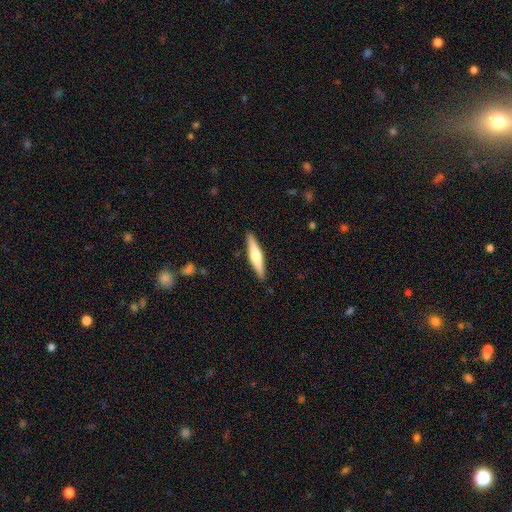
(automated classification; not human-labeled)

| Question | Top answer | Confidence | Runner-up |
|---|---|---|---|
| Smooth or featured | featured or disk | 53% | smooth (42%) |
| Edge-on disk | yes | 97% | no (3%) |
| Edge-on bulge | rounded | 83% | boxy (10%) |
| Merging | none | 90% | minor disturbance (7%) |